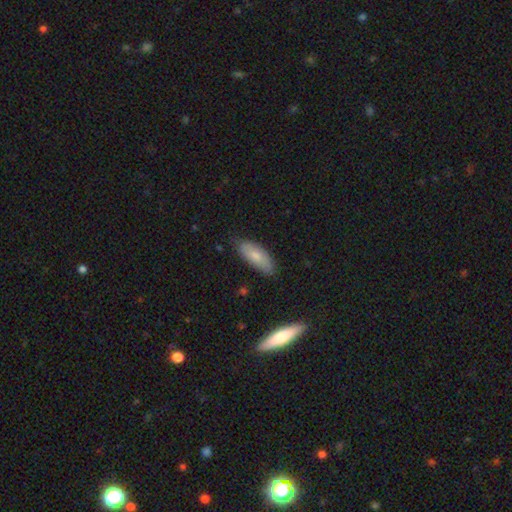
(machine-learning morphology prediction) smooth-or-featured: smooth: 75% | featured or disk: 19% | star or artifact: 6%
  how-rounded: in between: 75% | cigar-shaped: 23% | round: 2%
  merging: none: 75% | minor disturbance: 20% | major disturbance: 3% | merger: 2%